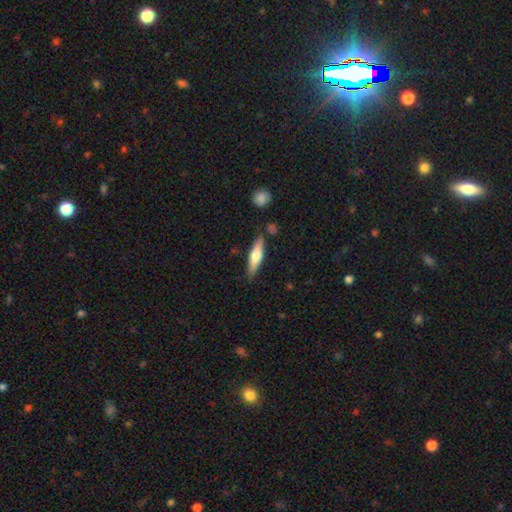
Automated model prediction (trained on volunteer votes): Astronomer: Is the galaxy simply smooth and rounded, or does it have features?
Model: smooth — 51% (runner-up: featured or disk, 43%).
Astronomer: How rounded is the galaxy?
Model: cigar-shaped — 72%.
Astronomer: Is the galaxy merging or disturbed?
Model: none — 83%.